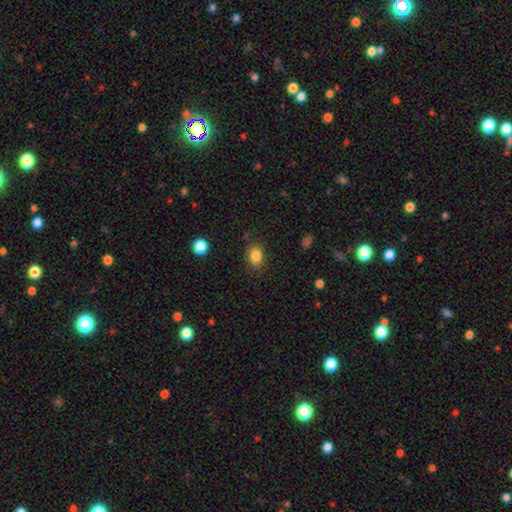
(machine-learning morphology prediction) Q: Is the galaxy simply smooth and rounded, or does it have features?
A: smooth — 85%.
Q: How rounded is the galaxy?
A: in between — 66%.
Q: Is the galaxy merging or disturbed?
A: none — 83%.